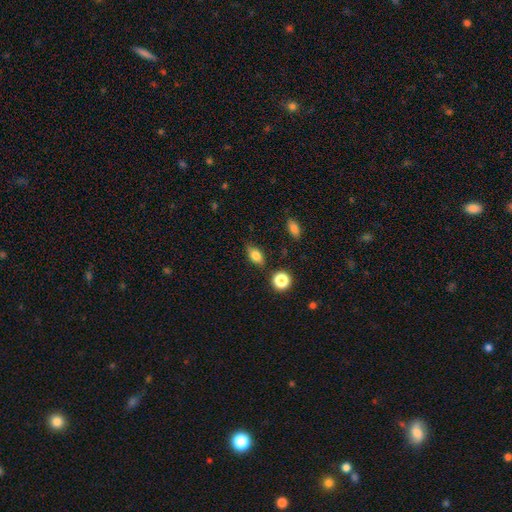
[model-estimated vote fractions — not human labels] A smooth galaxy with no disk features (79%) that is in between round and cigar-shaped (79%). Merging: none (76%).